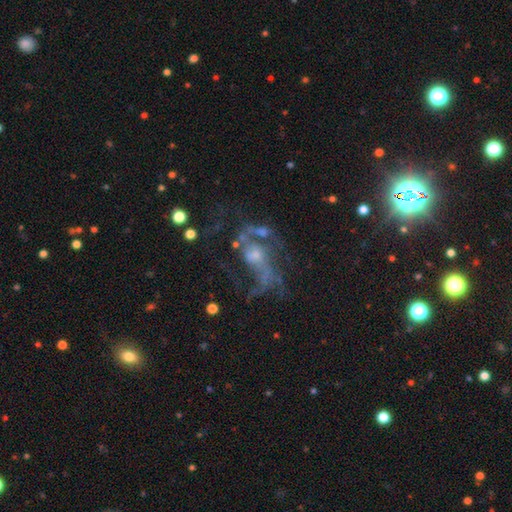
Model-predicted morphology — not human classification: Smooth or featured? featured or disk (76%)
Edge-on disk? no (96%)
Bar? no (63%)
Spiral arms? yes (69%)
Spiral winding? loose (58%)
Spiral arm count? 2 (36%)
Bulge size? small (47%)
Merging? major disturbance (40%)